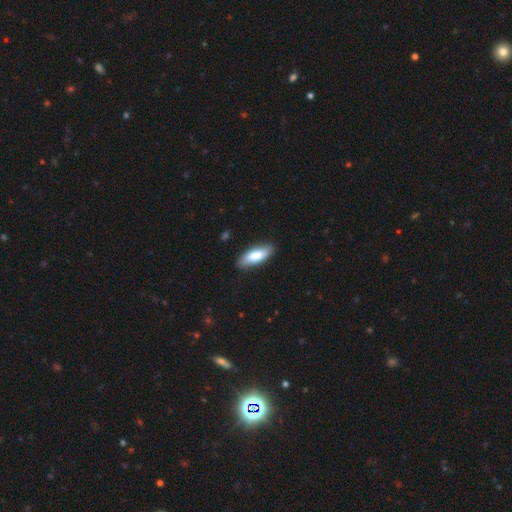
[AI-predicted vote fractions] The model was most divided on "how rounded": in between: 66%, cigar-shaped: 32%, round: 2%. More confident: merging — none (86%); smooth or featured — smooth (81%).